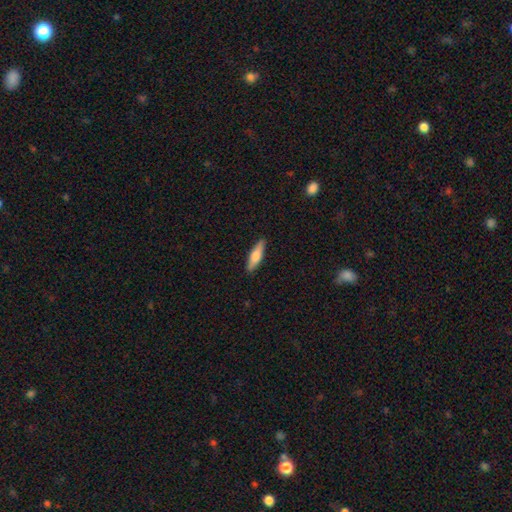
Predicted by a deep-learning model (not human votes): smooth_or_featured: smooth (p=0.66) [alt: featured or disk p=0.29]
how_rounded: cigar-shaped (p=0.68) [alt: in between p=0.30]
merging: none (p=0.90) [alt: minor disturbance p=0.08]